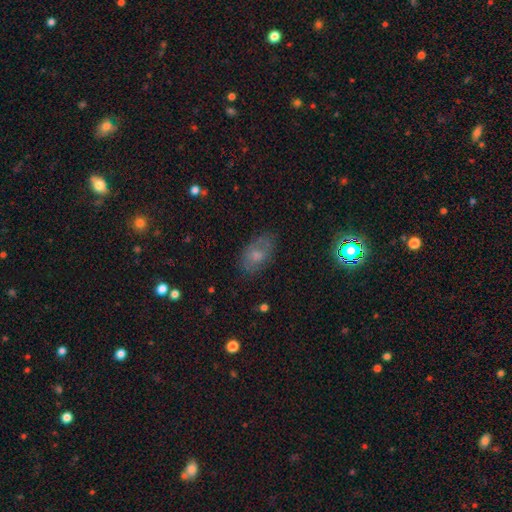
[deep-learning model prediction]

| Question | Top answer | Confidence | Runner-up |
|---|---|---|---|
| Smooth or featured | smooth | 60% | featured or disk (27%) |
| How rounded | in between | 89% | round (10%) |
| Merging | none | 70% | minor disturbance (20%) |